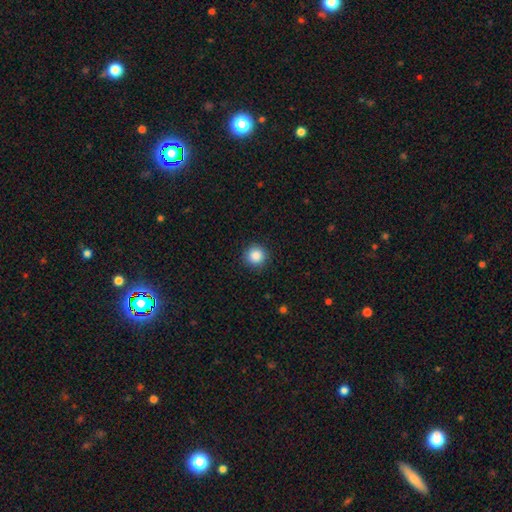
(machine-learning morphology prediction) Smooth or featured?
  - smooth: 88% *
  - star or artifact: 9%
  - featured or disk: 3%
How rounded?
  - round: 95% *
  - in between: 4%
  - cigar-shaped: 1%
Merging?
  - none: 90% *
  - minor disturbance: 7%
  - major disturbance: 2%
  - merger: 1%